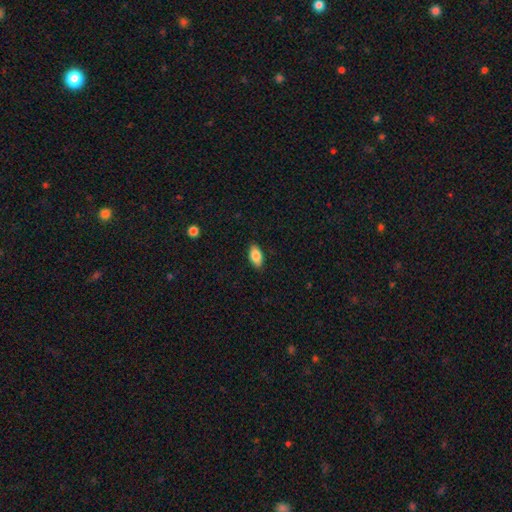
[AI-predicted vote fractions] Overall: smooth (84%). How rounded: in between (91%). Merging: none (87%).